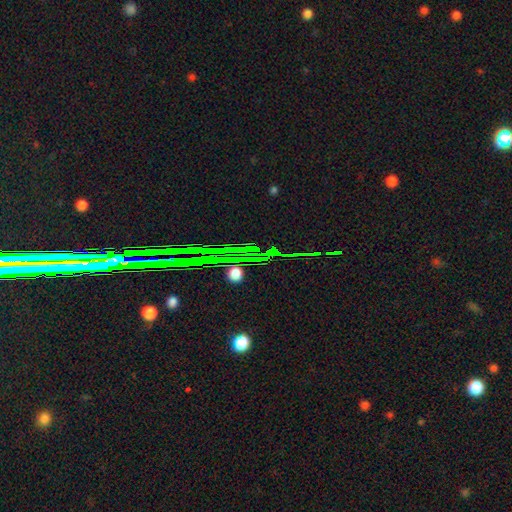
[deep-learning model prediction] This appears to be a star or artifact, not a galaxy (66%).